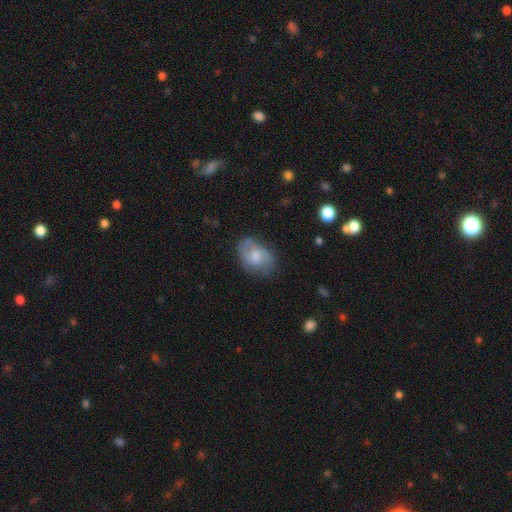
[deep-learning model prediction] smooth 50%, featured or disk 42%, star or artifact 8%. Down the decision tree: merging — none (60%).